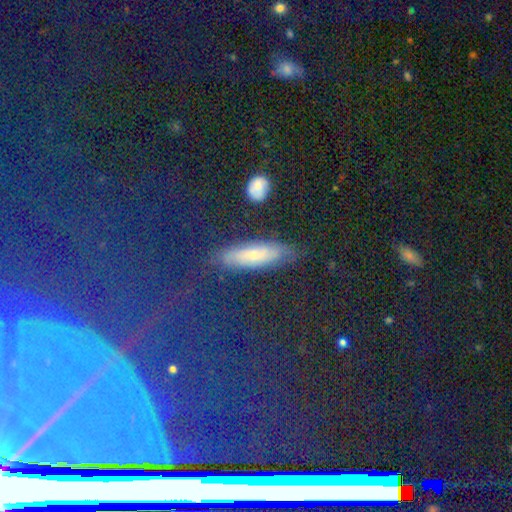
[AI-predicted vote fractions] Q: Smooth or featured?
A: smooth (52%); runner-up: featured or disk (27%)
Q: How rounded?
A: cigar-shaped (62%); runner-up: in between (32%)
Q: Merging?
A: none (82%); runner-up: minor disturbance (12%)